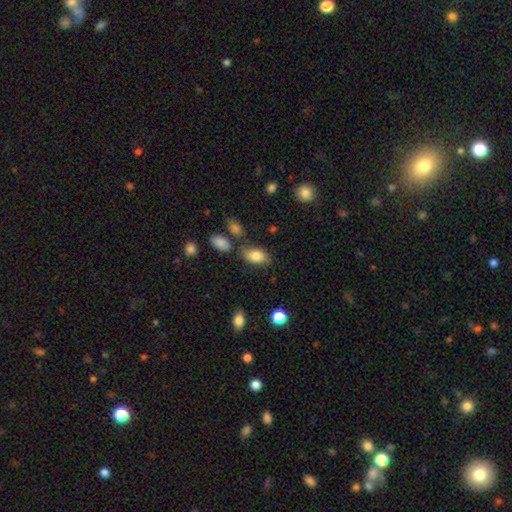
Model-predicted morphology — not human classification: A smooth galaxy with no disk features (82%) that is in between round and cigar-shaped (92%).

Vote fractions:
- Smooth or featured? smooth: 82% / featured or disk: 10% / star or artifact: 7%
- How rounded? in between: 92% / round: 5% / cigar-shaped: 3%
- Merging? none: 72% / minor disturbance: 16% / merger: 7% / major disturbance: 4%